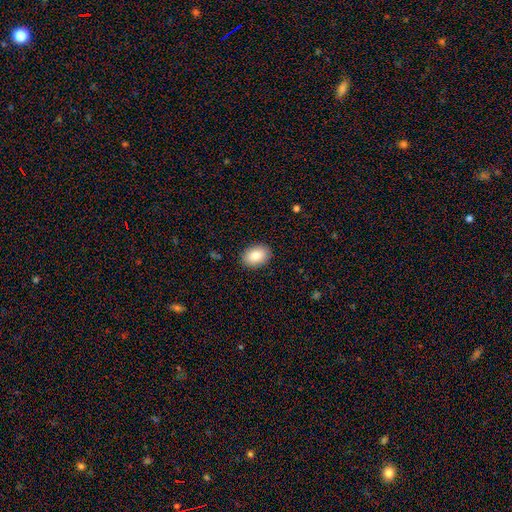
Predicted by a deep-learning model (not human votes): A smooth galaxy with no disk features (87%) that is in between round and cigar-shaped (84%). Merging: none (89%).